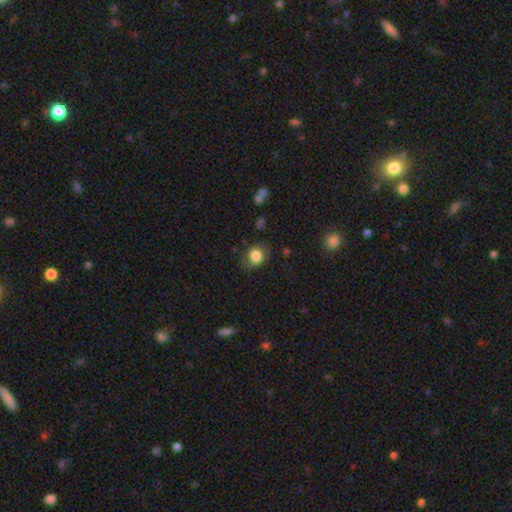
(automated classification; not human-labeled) Morphology: type=smooth (79%); roundness=round (56%); merging=none (72%).